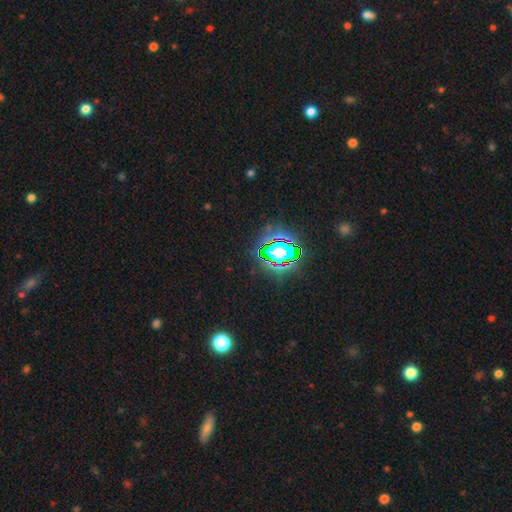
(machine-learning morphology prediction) smooth-or-featured: star or artifact: 80% | smooth: 12% | featured or disk: 8%